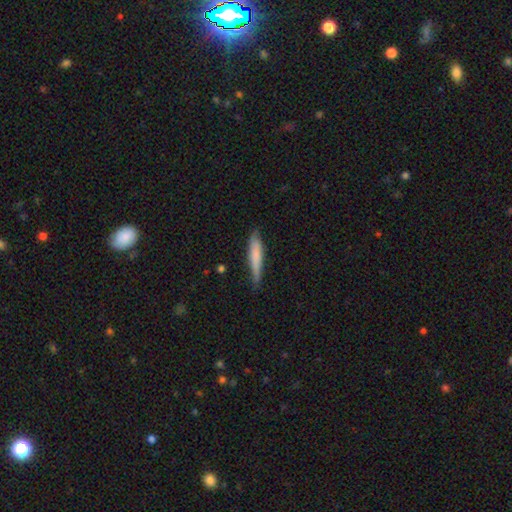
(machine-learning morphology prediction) This appears to be a smooth galaxy with no disk features (72%) that is cigar-shaped (90%). Merging: none (75%).